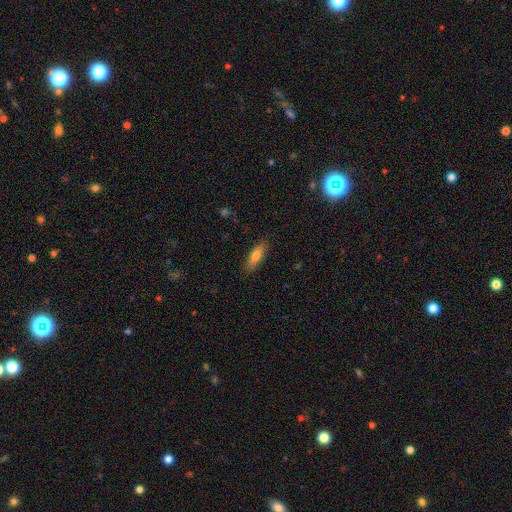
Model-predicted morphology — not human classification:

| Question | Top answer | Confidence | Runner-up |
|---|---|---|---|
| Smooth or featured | smooth | 74% | featured or disk (20%) |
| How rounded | cigar-shaped | 49% | tied: in between (49%) |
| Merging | none | 86% | minor disturbance (10%) |